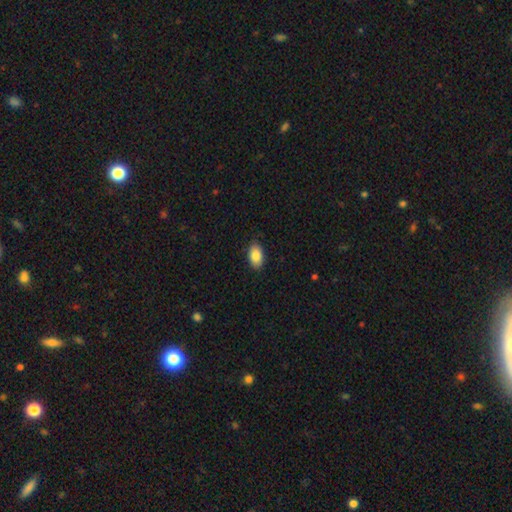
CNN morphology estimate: type=smooth (87%); roundness=in between (93%); merging=none (86%).